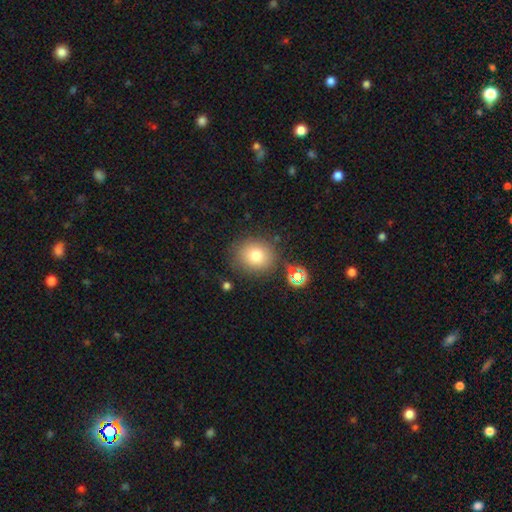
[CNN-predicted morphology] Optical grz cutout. It shows a smooth galaxy with no disk features (78%) that is round (81%). Merging: none (80%).